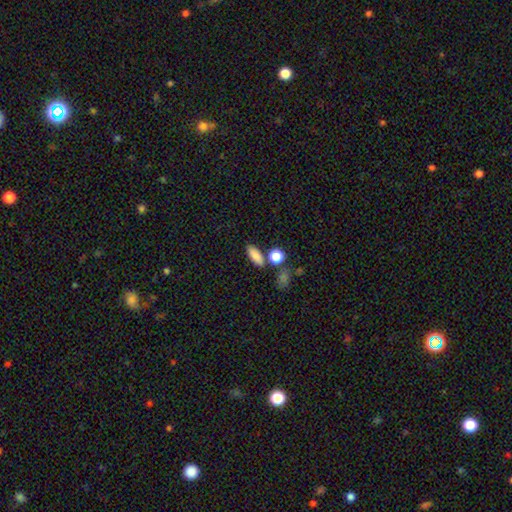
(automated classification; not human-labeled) Morphology: type=smooth (85%); roundness=in between (74%); merging=none (75%).